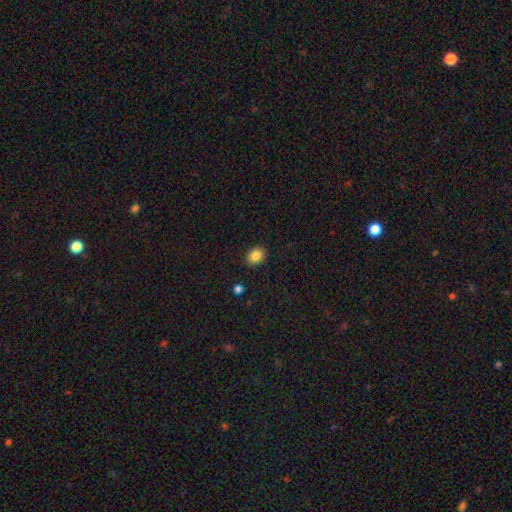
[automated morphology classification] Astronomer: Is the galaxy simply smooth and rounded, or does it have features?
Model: smooth — 85%.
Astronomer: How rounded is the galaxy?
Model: in between — 54% (runner-up: round, 45%).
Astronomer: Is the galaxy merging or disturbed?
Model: none — 90%.